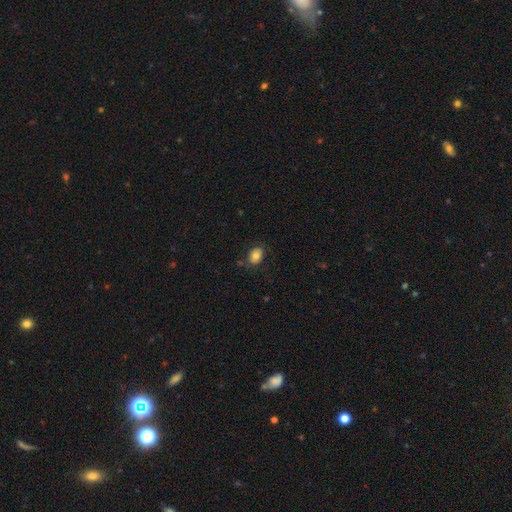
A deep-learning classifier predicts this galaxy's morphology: This is likely a smooth galaxy (77%). How rounded: likely in between (70%). Merging: likely none (75%).